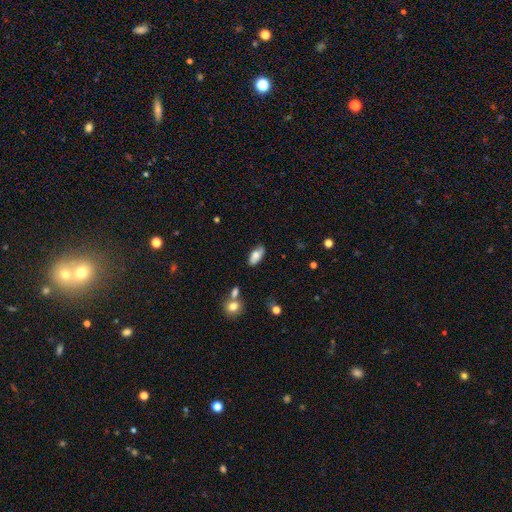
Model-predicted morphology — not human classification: A smooth galaxy with no disk features (75%) that is in between round and cigar-shaped (90%).

Vote fractions:
- Smooth or featured? smooth: 75% / featured or disk: 18% / star or artifact: 7%
- How rounded? in between: 90% / cigar-shaped: 7% / round: 3%
- Merging? none: 76% / minor disturbance: 17% / major disturbance: 3% / merger: 3%